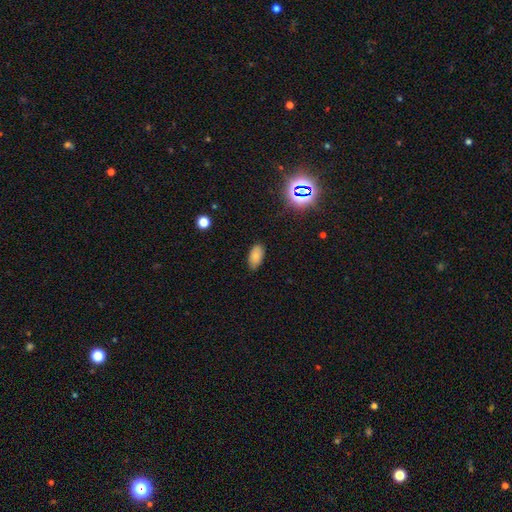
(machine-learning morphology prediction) This is likely a smooth galaxy (79%). How rounded: clearly in between (93%). Merging: likely none (80%).